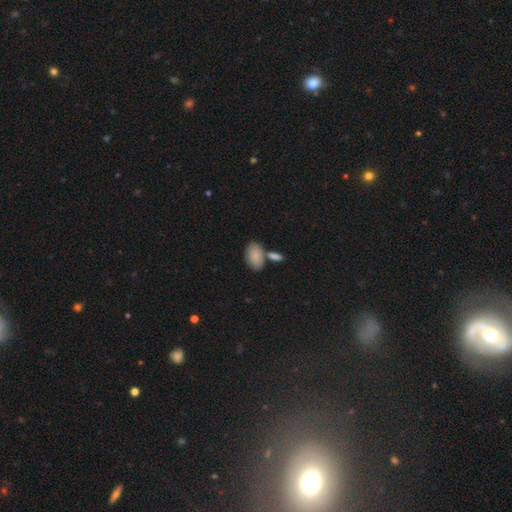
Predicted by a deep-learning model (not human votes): This appears to be a smooth galaxy with no disk features (86%) that is in between round and cigar-shaped (93%). Merging: none (58%).